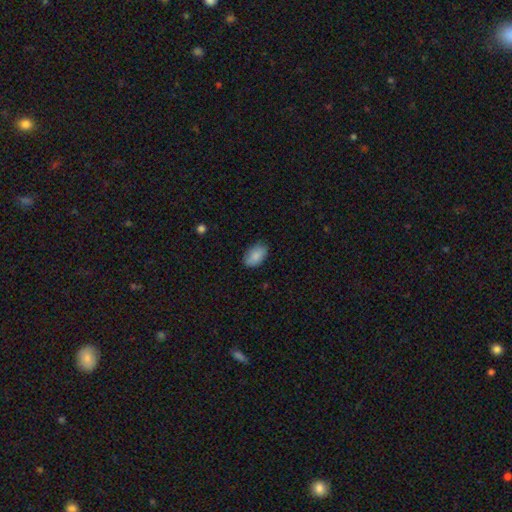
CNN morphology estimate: A smooth galaxy with no disk features (87%) that is in between round and cigar-shaped (92%). Merging: none (83%).